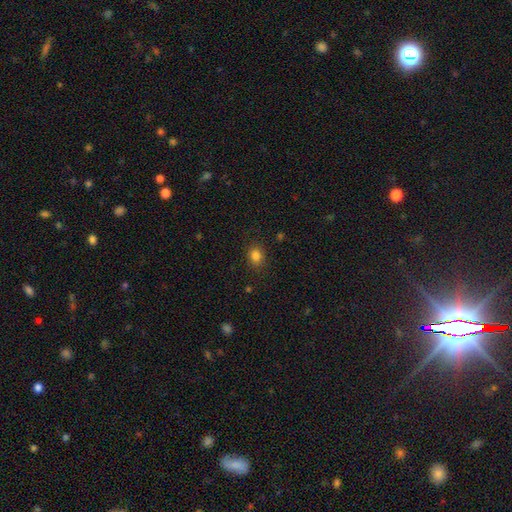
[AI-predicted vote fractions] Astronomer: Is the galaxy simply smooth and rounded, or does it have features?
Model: smooth — 83%.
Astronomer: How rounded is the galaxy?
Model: round — 60% (runner-up: in between, 39%).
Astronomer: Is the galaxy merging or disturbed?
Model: none — 87%.